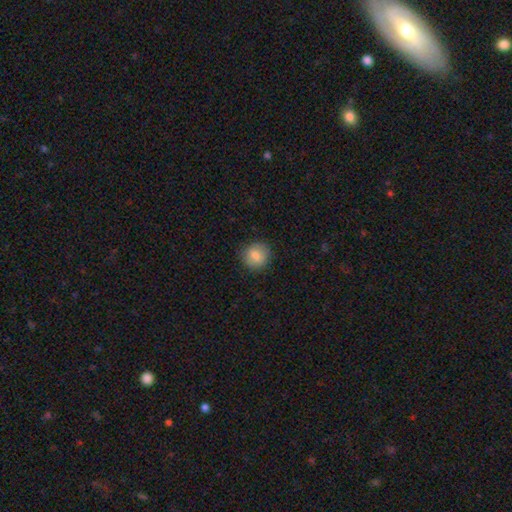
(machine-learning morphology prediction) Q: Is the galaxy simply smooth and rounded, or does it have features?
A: smooth — 83%.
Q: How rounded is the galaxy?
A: round — 90%.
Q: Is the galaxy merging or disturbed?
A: none — 87%.